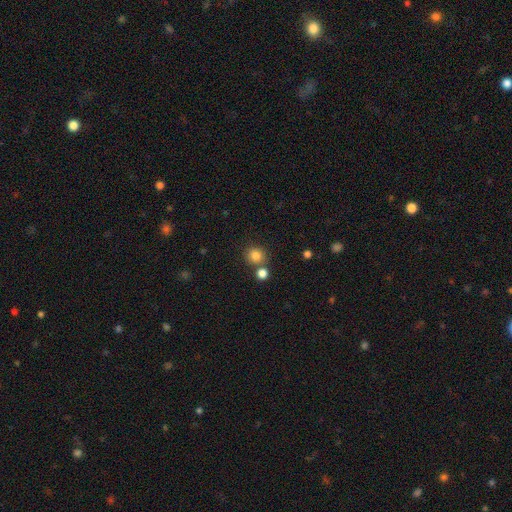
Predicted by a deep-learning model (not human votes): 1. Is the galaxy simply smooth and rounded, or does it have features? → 83% smooth, 12% star or artifact, 5% featured or disk.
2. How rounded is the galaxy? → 89% round, 10% in between, 1% cigar-shaped.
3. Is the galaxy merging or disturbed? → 74% none, 16% merger, 8% minor disturbance, 3% major disturbance.